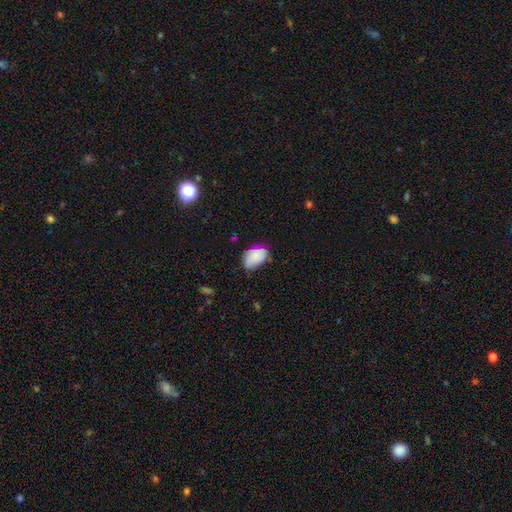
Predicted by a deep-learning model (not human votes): Overall: smooth (78%). How rounded: in between (89%). Merging: none (56%; minor disturbance 34%).